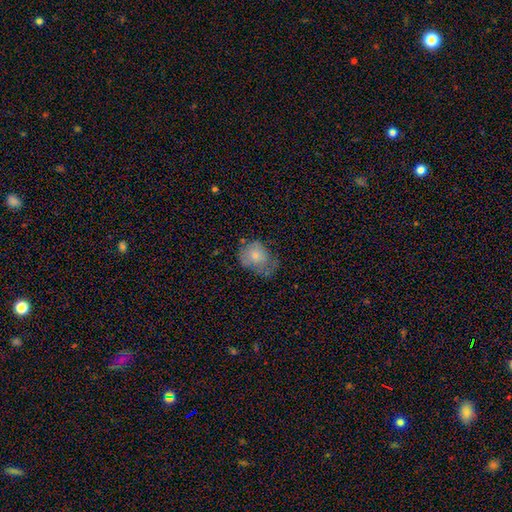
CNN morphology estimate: A smooth galaxy with no disk features (71%) that is round (50%).

Vote fractions:
- Smooth or featured? smooth: 71% / featured or disk: 20% / star or artifact: 9%
- How rounded? round: 50% / in between: 49% / cigar-shaped: 1%
- Merging? minor disturbance: 37% / none: 30% / major disturbance: 29% / merger: 5%